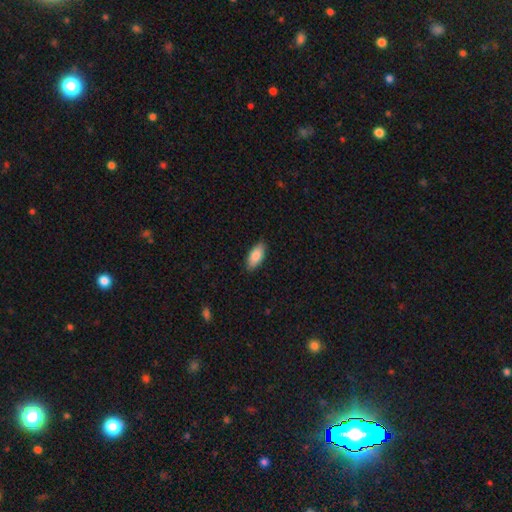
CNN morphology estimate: Q: Smooth or featured?
A: smooth (86%); runner-up: featured or disk (8%)
Q: How rounded?
A: in between (87%); runner-up: cigar-shaped (11%)
Q: Merging?
A: none (86%); runner-up: minor disturbance (11%)